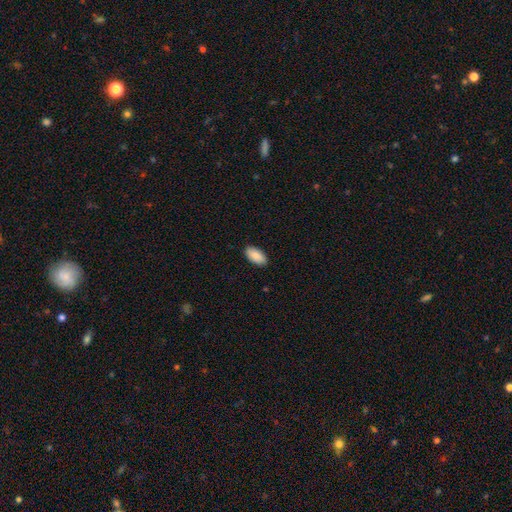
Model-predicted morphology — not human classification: smooth 90%, star or artifact 6%, featured or disk 4%. Down the decision tree: how rounded — in between (94%); merging — none (90%).